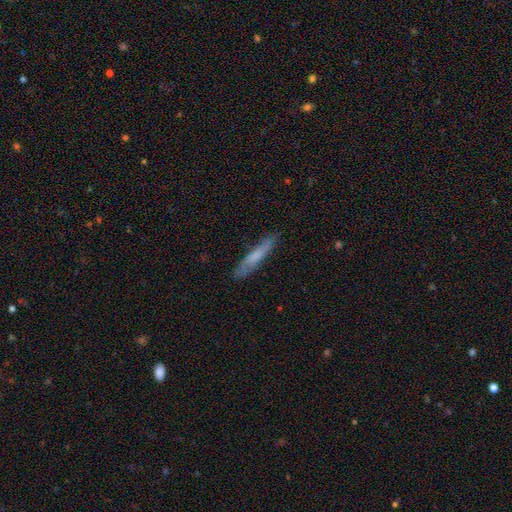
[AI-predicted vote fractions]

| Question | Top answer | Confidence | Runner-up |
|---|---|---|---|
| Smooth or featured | smooth | 60% | featured or disk (33%) |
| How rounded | cigar-shaped | 91% | in between (8%) |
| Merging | none | 82% | minor disturbance (14%) |